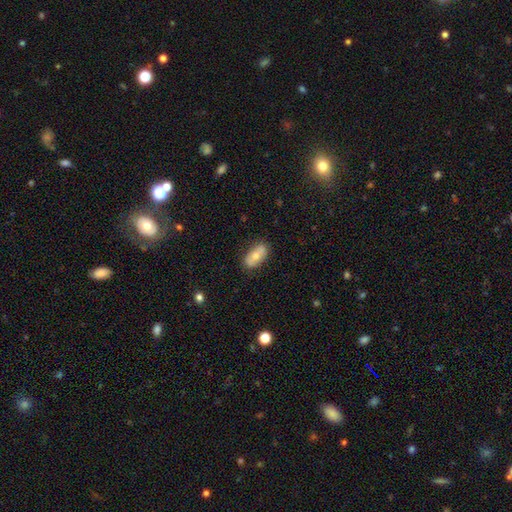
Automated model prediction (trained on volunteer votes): This appears to be a smooth galaxy with no disk features (60%) that is in between round and cigar-shaped (91%). Merging: none (81%).